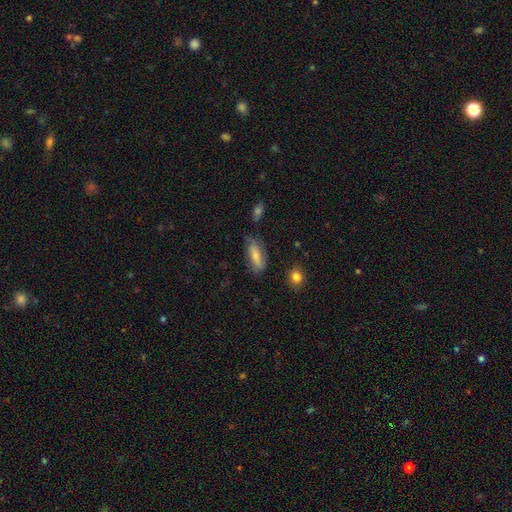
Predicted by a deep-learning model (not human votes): smooth_or_featured: smooth (p=0.68) [alt: featured or disk p=0.25]
how_rounded: in between (p=0.72) [alt: cigar-shaped p=0.26]
merging: none (p=0.67) [alt: minor disturbance p=0.24]